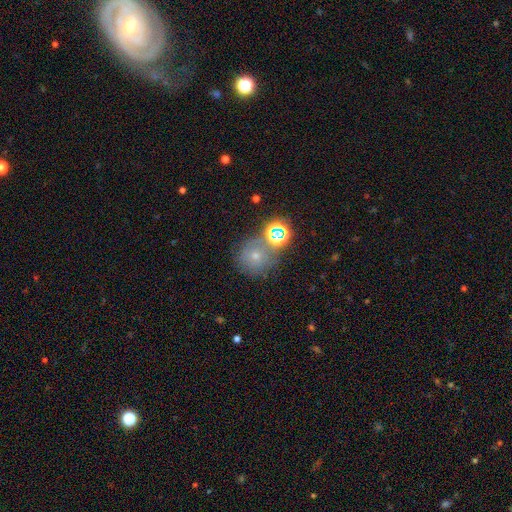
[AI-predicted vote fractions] Smooth or featured? Predicted: smooth (p=0.62). How rounded? Predicted: round (p=0.89). Merging? Predicted: none (p=0.56).